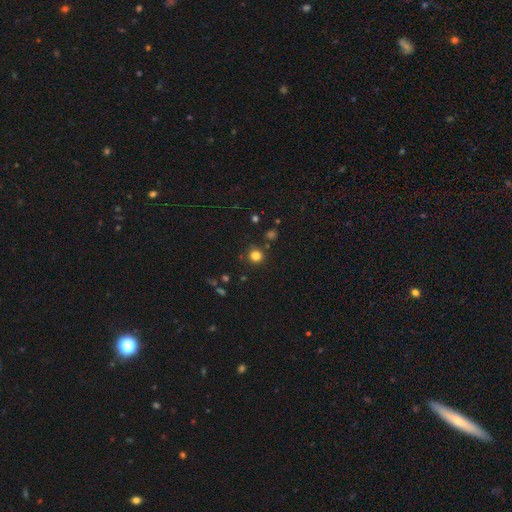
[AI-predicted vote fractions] Smooth or featured: smooth — 81% (star or artifact — 14%)
How rounded: round — 92% (in between — 7%)
Merging: none — 87% (minor disturbance — 7%)